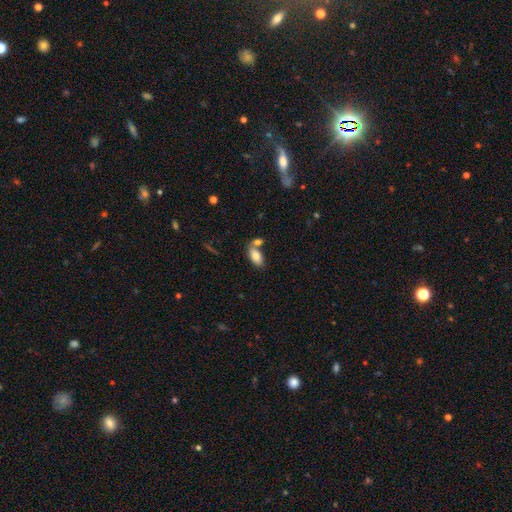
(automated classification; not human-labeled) A smooth galaxy with no disk features (81%) that is in between round and cigar-shaped (92%). Merging: none (53%).